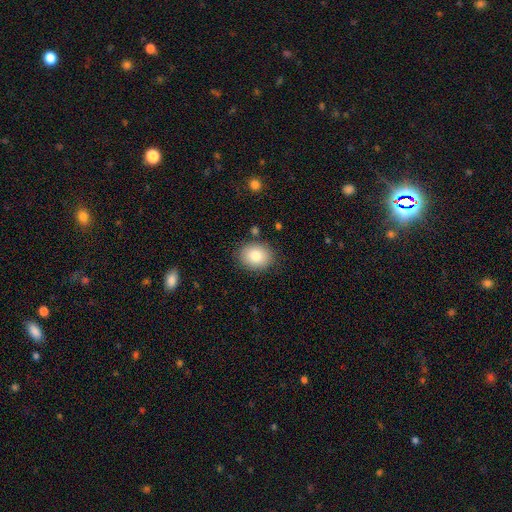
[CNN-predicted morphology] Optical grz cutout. It shows a smooth galaxy with no disk features (83%) that is round (52%). Merging: none (86%).